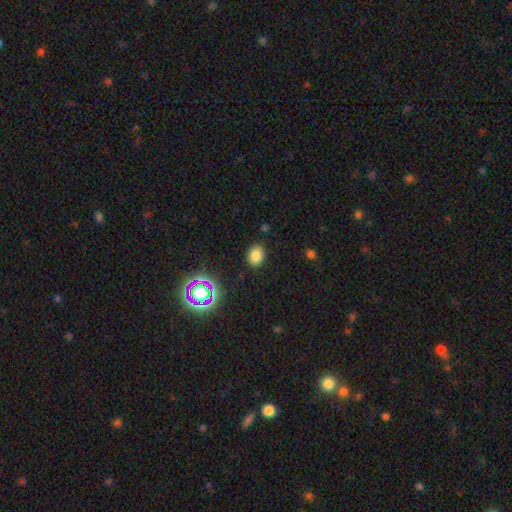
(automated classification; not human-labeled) A smooth galaxy with no disk features (80%) that is in between round and cigar-shaped (61%). Merging: none (85%).